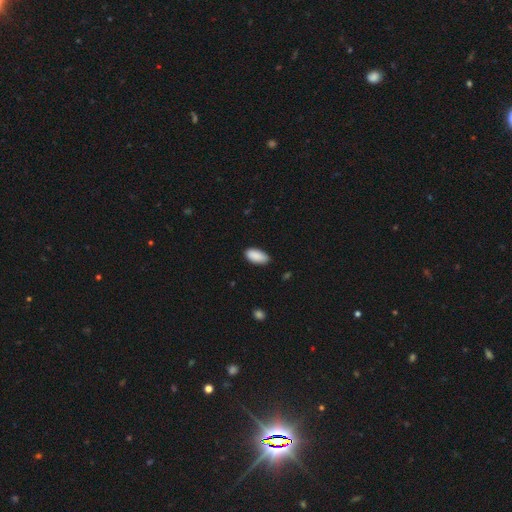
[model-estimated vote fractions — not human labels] smooth_or_featured: smooth (p=0.90) [alt: star or artifact p=0.07]
how_rounded: in between (p=0.93) [alt: cigar-shaped p=0.05]
merging: none (p=0.83) [alt: minor disturbance p=0.14]